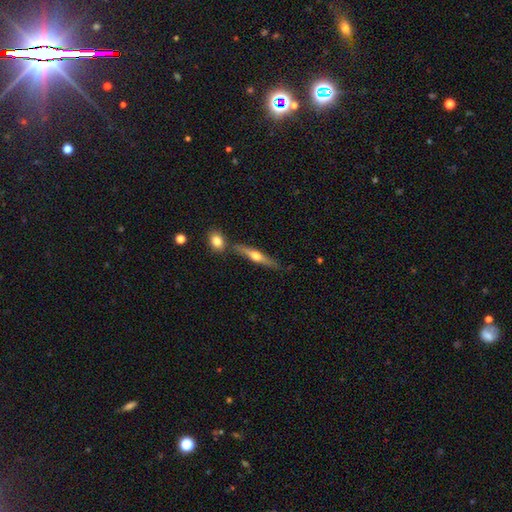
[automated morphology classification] Smooth or featured?
  - featured or disk: 63% *
  - smooth: 32%
  - star or artifact: 6%
Edge-on disk?
  - yes: 96% *
  - no: 4%
Edge-on bulge?
  - rounded: 93% *
  - none: 4%
  - boxy: 3%
Merging?
  - none: 75% *
  - minor disturbance: 11%
  - merger: 11%
  - major disturbance: 3%